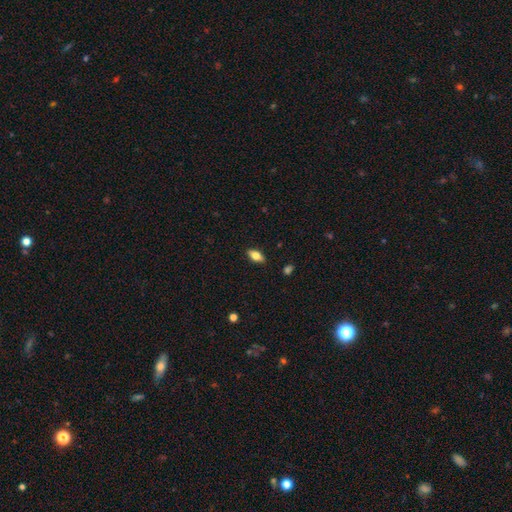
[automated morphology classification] smooth-or-featured: smooth: 68% | featured or disk: 24% | star or artifact: 8%
  how-rounded: in between: 86% | cigar-shaped: 10% | round: 4%
  merging: none: 88% | minor disturbance: 9% | major disturbance: 2% | merger: 1%